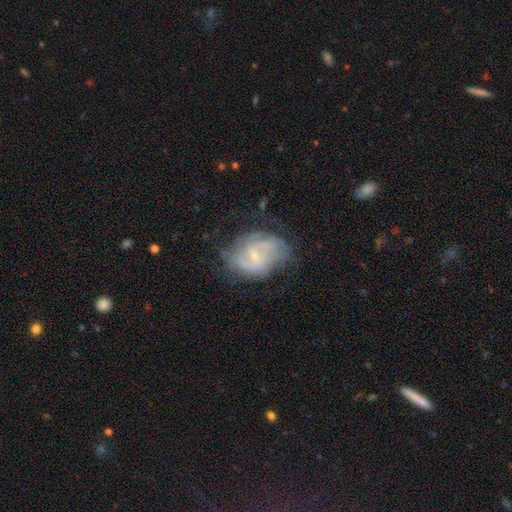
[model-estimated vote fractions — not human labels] Overall: featured or disk (70%). Edge-on disk: no (97%). Bar: weak (49%; no 39%). Spiral arms: yes (81%). Spiral arm count: 2 (44%; can't tell 36%). Spiral winding: medium (42%; tight 33%). Bulge size: small (72%). Merging: none (56%; minor disturbance 26%).